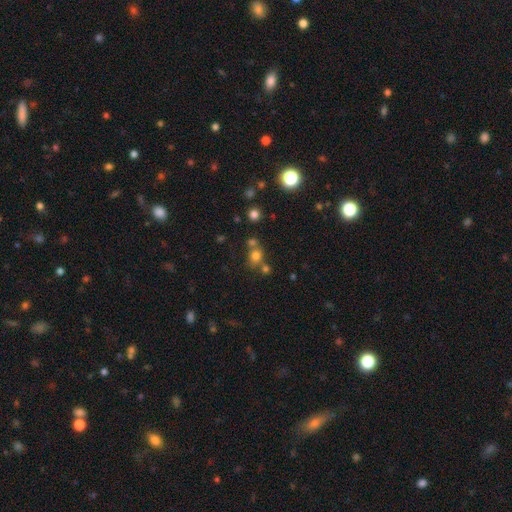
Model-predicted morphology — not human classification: smooth-or-featured: smooth: 70% | star or artifact: 20% | featured or disk: 10%
  how-rounded: round: 77% | in between: 22% | cigar-shaped: 1%
  merging: none: 56% | merger: 29% | minor disturbance: 10% | major disturbance: 5%